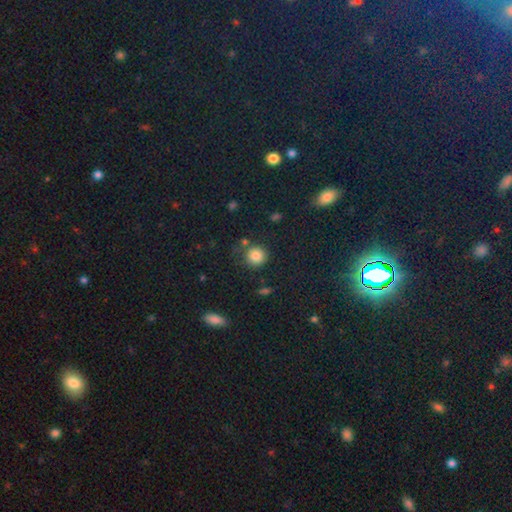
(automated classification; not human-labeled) Smooth or featured: smooth — 82% (star or artifact — 12%)
How rounded: round — 89% (in between — 9%)
Merging: none — 76% (minor disturbance — 13%)